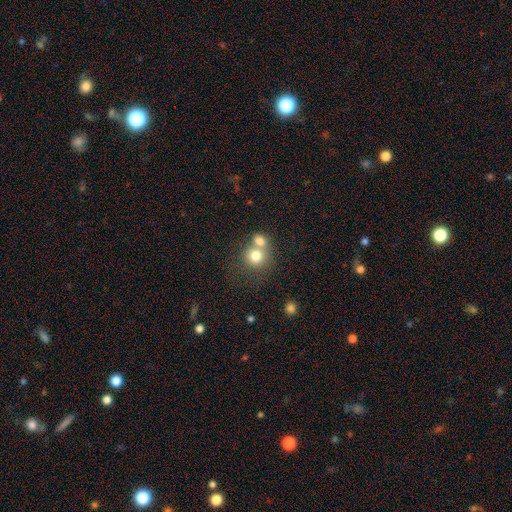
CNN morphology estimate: smooth 76%, featured or disk 13%, star or artifact 11%. Down the decision tree: how rounded — round (83%); merging — merger (54%).